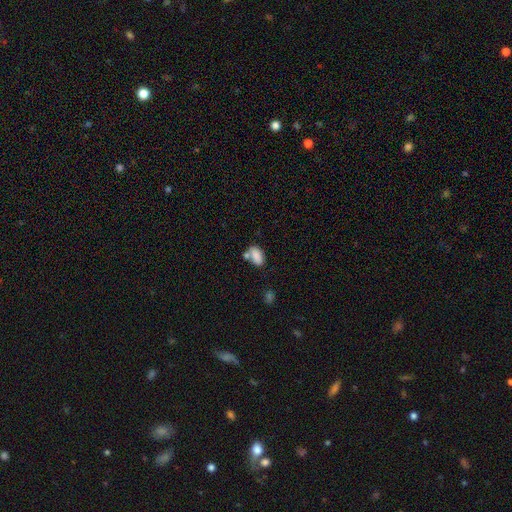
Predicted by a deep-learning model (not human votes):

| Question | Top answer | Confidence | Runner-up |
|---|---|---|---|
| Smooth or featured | smooth | 83% | star or artifact (8%) |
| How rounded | in between | 90% | round (6%) |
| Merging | none | 49% | merger (30%) |